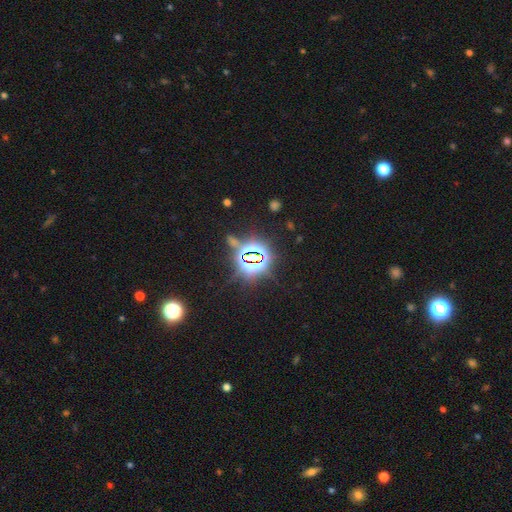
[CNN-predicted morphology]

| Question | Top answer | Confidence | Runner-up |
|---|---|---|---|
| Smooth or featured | star or artifact | 83% | smooth (11%) |